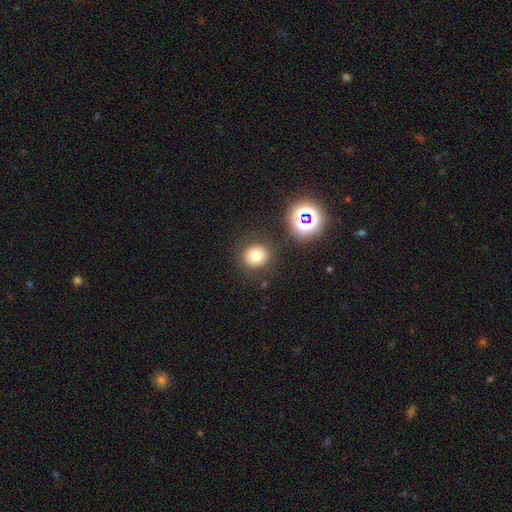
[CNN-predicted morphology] A smooth galaxy with no disk features (73%) that is round (88%). Merging: none (85%).